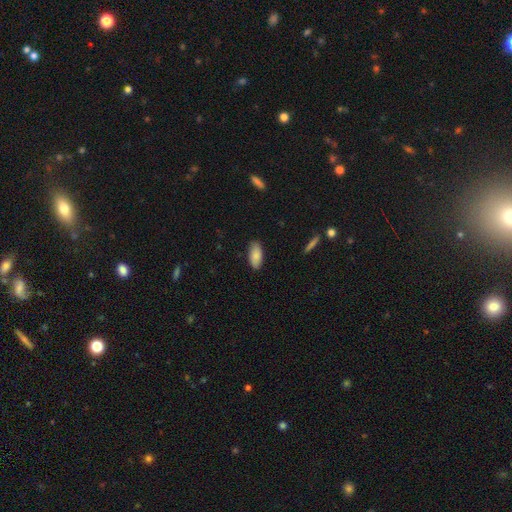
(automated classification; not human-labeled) The model was most divided on "merging": none: 86%, minor disturbance: 11%, major disturbance: 2%, merger: 1%. More confident: how rounded — in between (90%); smooth or featured — smooth (87%).